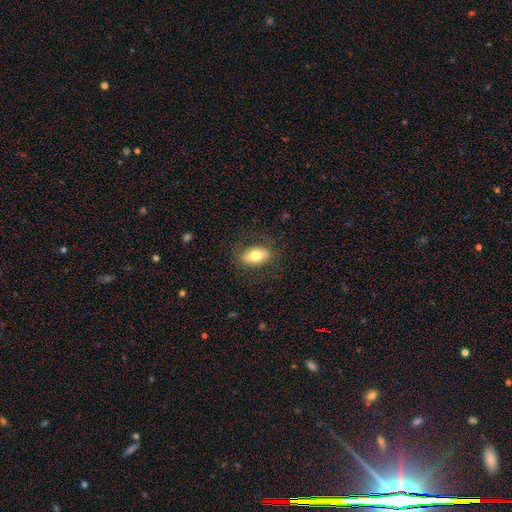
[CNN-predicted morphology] This is likely a smooth galaxy (70%). How rounded: clearly in between (88%). Merging: likely none (79%).